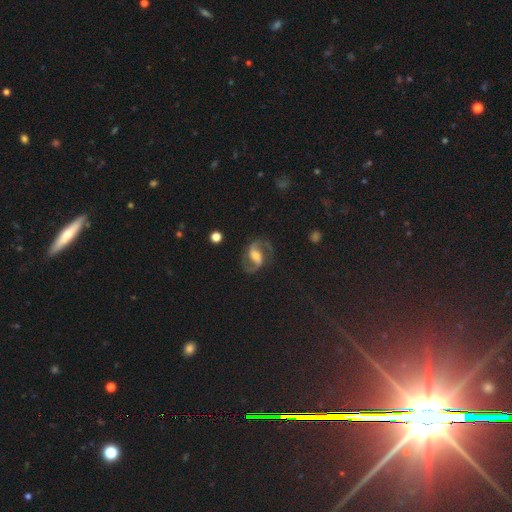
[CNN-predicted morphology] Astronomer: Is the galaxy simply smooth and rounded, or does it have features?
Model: featured or disk — 86%.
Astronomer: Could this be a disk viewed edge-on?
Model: no — 97%.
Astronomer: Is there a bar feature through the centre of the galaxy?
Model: weak — 43% (runner-up: strong, 38%).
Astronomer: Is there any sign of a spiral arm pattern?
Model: yes — 97%.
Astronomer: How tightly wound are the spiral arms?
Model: medium — 56% (runner-up: loose, 32%).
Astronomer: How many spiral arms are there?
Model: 2 — 93%.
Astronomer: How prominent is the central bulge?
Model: moderate — 50% (runner-up: small, 25%).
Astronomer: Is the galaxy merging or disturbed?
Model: none — 78%.